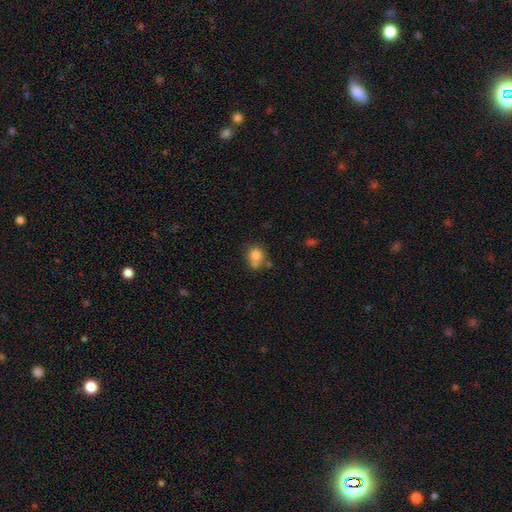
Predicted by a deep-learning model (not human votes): A smooth galaxy with no disk features (78%) that is round (78%).

Vote fractions:
- Smooth or featured? smooth: 78% / featured or disk: 11% / star or artifact: 11%
- How rounded? round: 78% / in between: 21% / cigar-shaped: 1%
- Merging? none: 50% / merger: 29% / minor disturbance: 15% / major disturbance: 6%